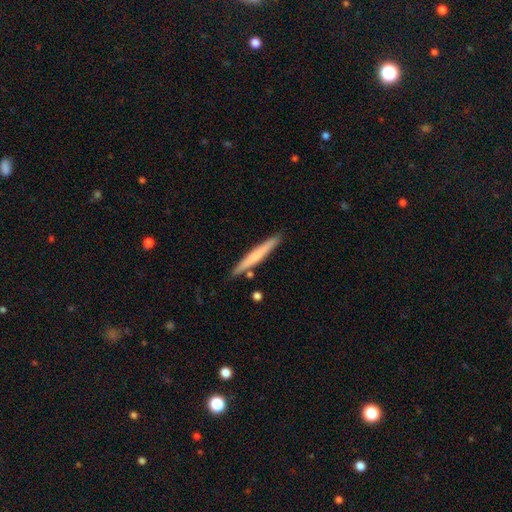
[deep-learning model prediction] Smooth or featured? smooth (59%)
How rounded? cigar-shaped (96%)
Merging? none (87%)